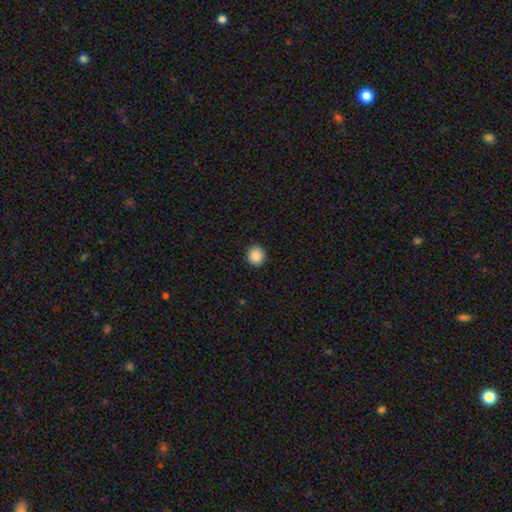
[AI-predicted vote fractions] This is clearly a smooth galaxy (88%). How rounded: clearly round (89%). Merging: clearly none (91%).